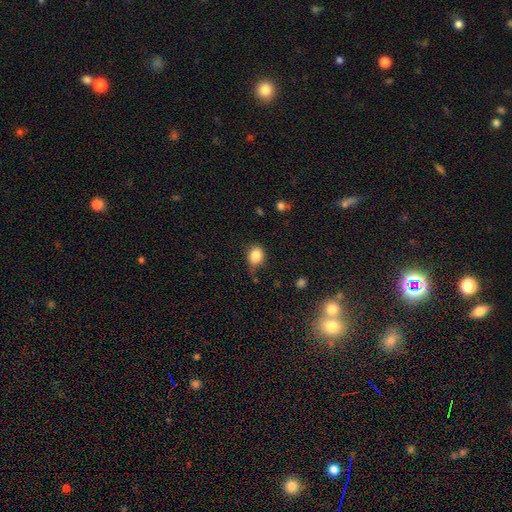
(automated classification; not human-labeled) smooth-or-featured: smooth: 84% | star or artifact: 10% | featured or disk: 6%
  how-rounded: round: 56% | in between: 43% | cigar-shaped: 1%
  merging: none: 60% | minor disturbance: 29% | major disturbance: 8% | merger: 3%